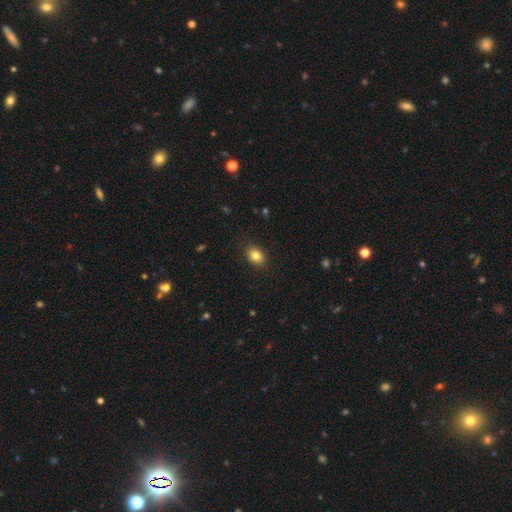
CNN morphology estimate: Smooth or featured: smooth — 83% (star or artifact — 10%)
How rounded: in between — 66% (round — 33%)
Merging: none — 85% (minor disturbance — 11%)